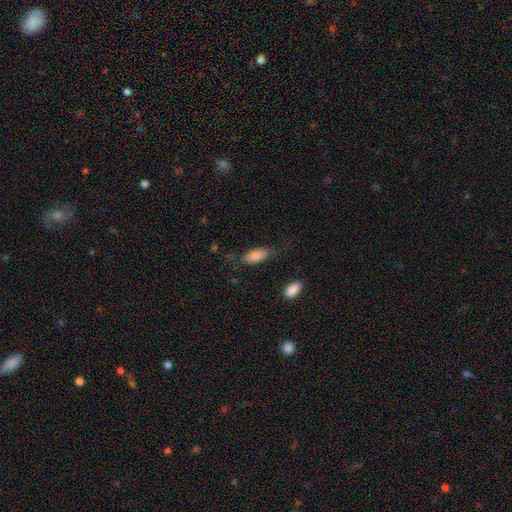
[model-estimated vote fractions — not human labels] This appears to be a smooth galaxy with no disk features (83%) that is in between round and cigar-shaped (84%). Merging: none (57%).